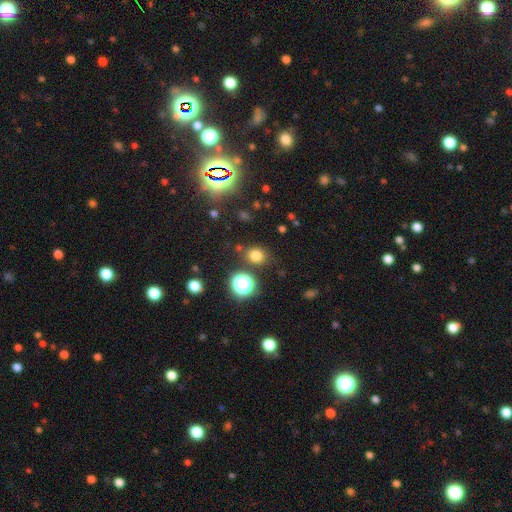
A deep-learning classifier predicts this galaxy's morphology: A smooth galaxy with no disk features (74%) that is round (75%). Merging: none (82%).